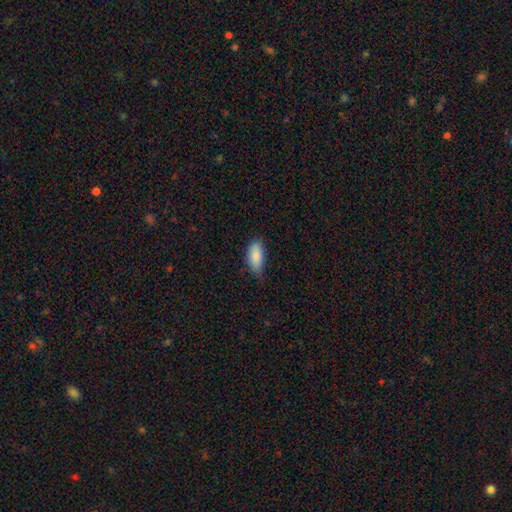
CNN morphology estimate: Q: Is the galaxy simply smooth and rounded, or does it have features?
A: smooth — 88%.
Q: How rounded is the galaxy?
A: in between — 89%.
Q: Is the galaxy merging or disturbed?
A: none — 64%.